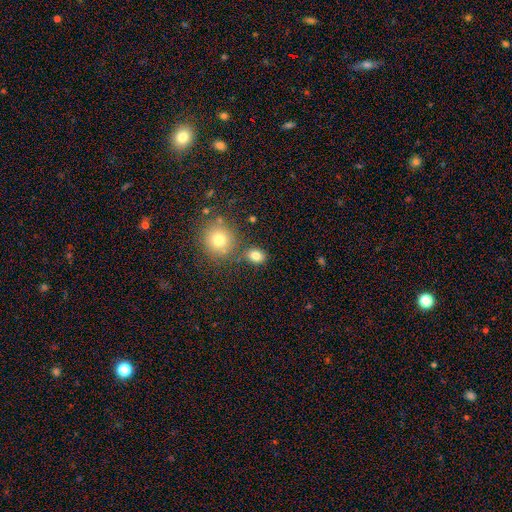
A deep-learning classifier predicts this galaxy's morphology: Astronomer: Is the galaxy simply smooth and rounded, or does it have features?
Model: smooth — 80%.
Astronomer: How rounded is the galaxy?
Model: in between — 54% (runner-up: round, 45%).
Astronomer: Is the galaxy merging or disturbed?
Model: none — 75%.